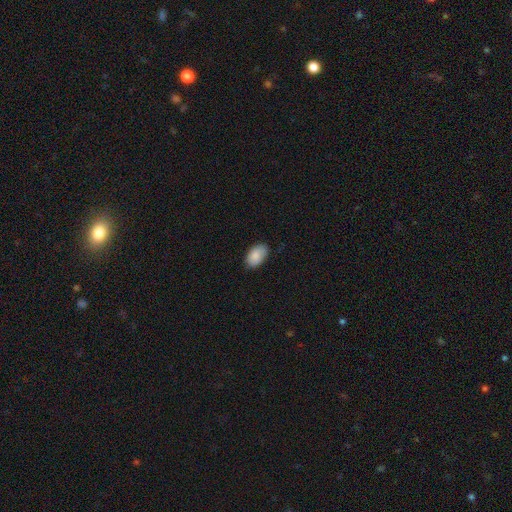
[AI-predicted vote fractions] smooth-or-featured: smooth: 89% | star or artifact: 6% | featured or disk: 5%
  how-rounded: in between: 93% | round: 6% | cigar-shaped: 1%
  merging: none: 81% | minor disturbance: 16% | major disturbance: 3% | merger: 1%